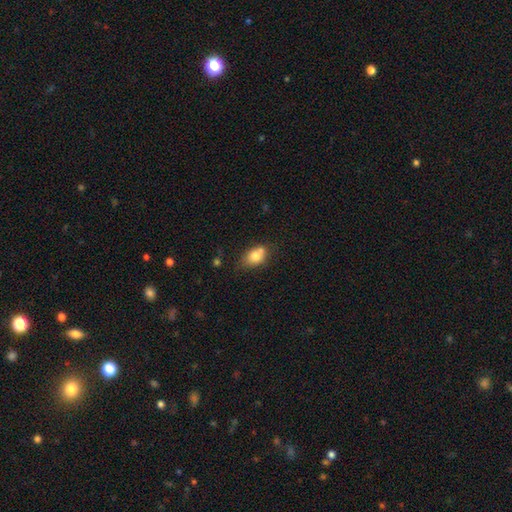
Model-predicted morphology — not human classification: smooth-or-featured: smooth: 79% | featured or disk: 12% | star or artifact: 9%
  how-rounded: in between: 74% | round: 24% | cigar-shaped: 2%
  merging: none: 55% | minor disturbance: 21% | merger: 19% | major disturbance: 5%